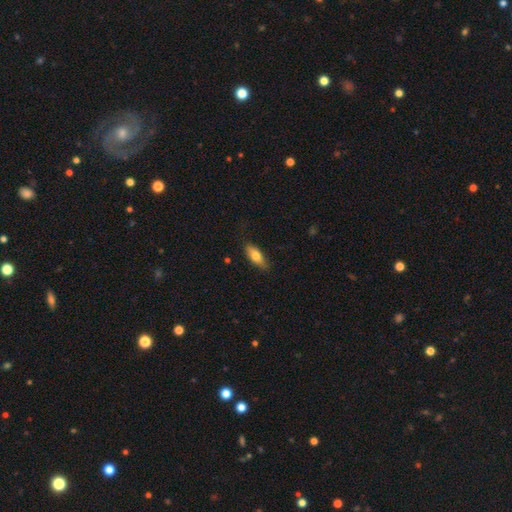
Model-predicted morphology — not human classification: Smooth or featured?
  - smooth: 76% *
  - featured or disk: 18%
  - star or artifact: 6%
How rounded?
  - in between: 74% *
  - cigar-shaped: 24%
  - round: 3%
Merging?
  - none: 79% *
  - minor disturbance: 16%
  - major disturbance: 3%
  - merger: 1%